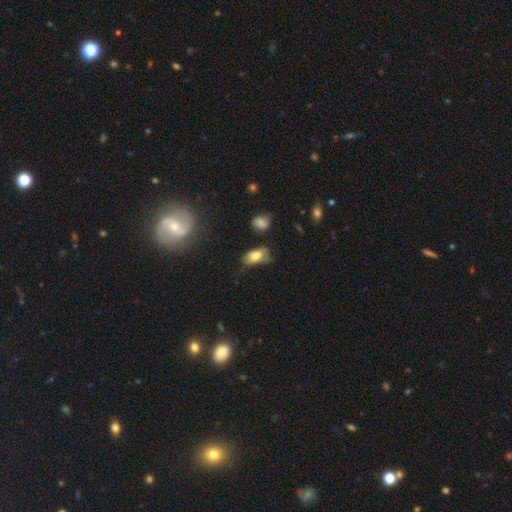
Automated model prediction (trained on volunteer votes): Smooth or featured: smooth — 74% (featured or disk — 17%)
How rounded: in between — 90% (round — 6%)
Merging: none — 39% (minor disturbance — 36%)